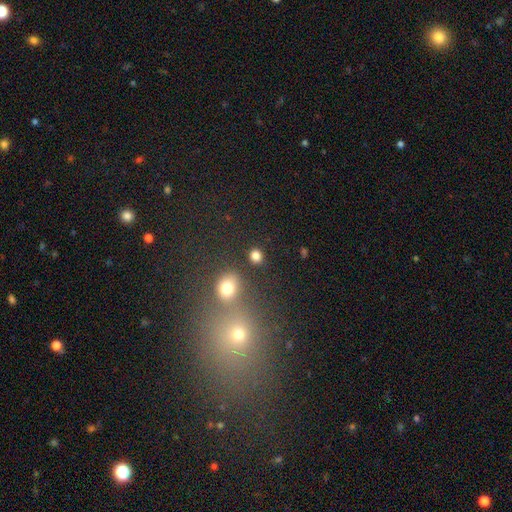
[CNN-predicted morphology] Overall: smooth (82%). How rounded: round (70%). Merging: none (82%).